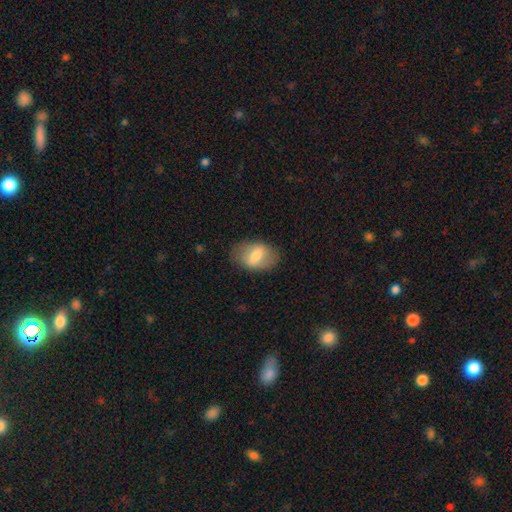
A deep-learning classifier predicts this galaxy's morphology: Overall: smooth (60%; featured or disk 33%). How rounded: in between (85%). Merging: none (79%).